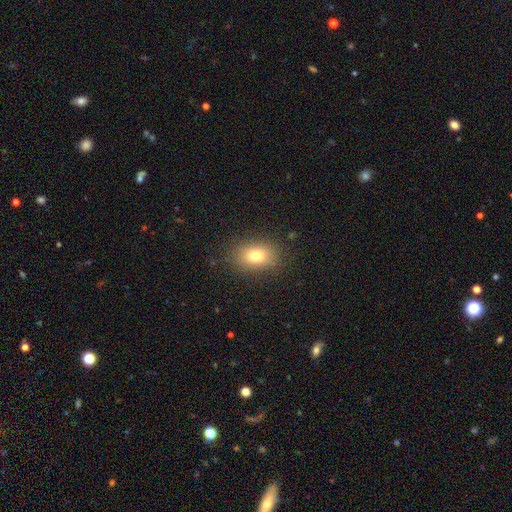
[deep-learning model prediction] smooth 77%, star or artifact 12%, featured or disk 11%. Down the decision tree: how rounded — in between (73%); merging — none (85%).